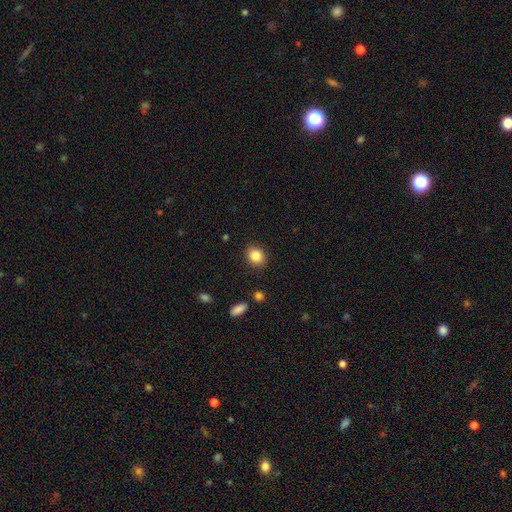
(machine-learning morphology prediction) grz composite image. It shows a smooth galaxy with no disk features (85%) that is round (58%). Merging: none (88%).